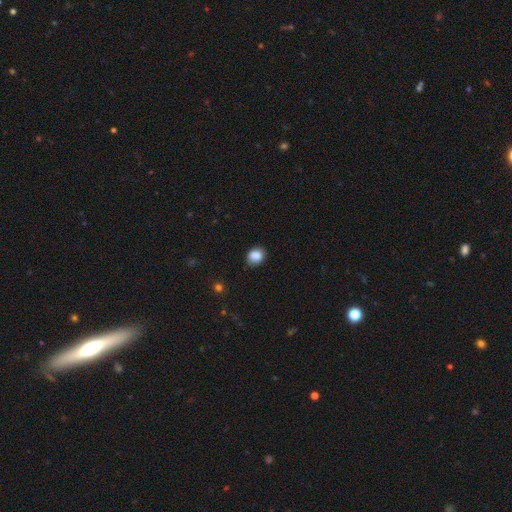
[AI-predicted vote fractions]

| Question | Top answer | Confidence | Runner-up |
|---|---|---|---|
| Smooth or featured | smooth | 86% | star or artifact (9%) |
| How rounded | round | 53% | in between (46%) |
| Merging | none | 77% | minor disturbance (18%) |